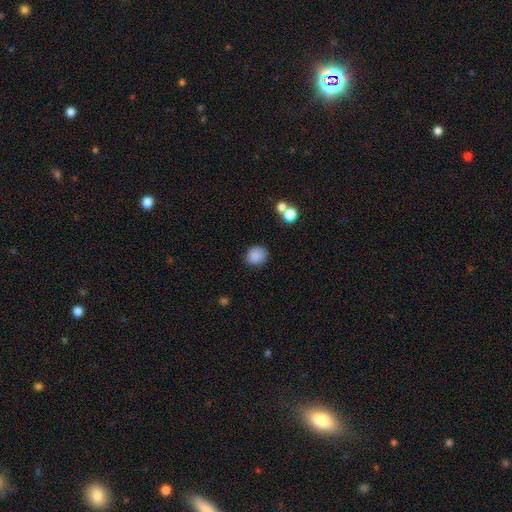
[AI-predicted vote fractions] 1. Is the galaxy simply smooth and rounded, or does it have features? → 87% smooth, 10% star or artifact, 4% featured or disk.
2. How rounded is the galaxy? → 71% round, 28% in between, 1% cigar-shaped.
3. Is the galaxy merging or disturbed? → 83% none, 11% minor disturbance, 3% merger, 3% major disturbance.